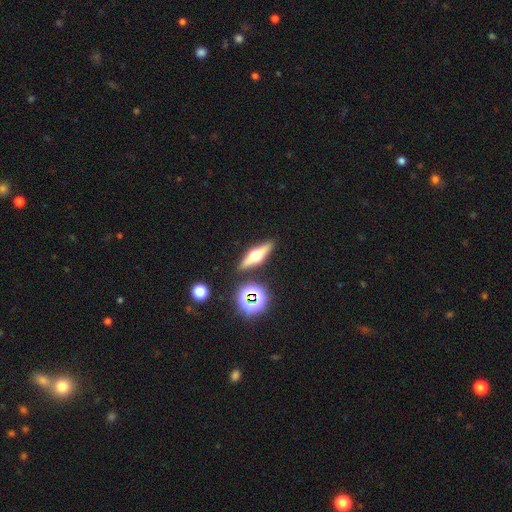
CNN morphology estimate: This appears to be a featured or disk galaxy (62%) viewed edge-on (94%) with a rounded central bulge (95%). Merging: none (87%).